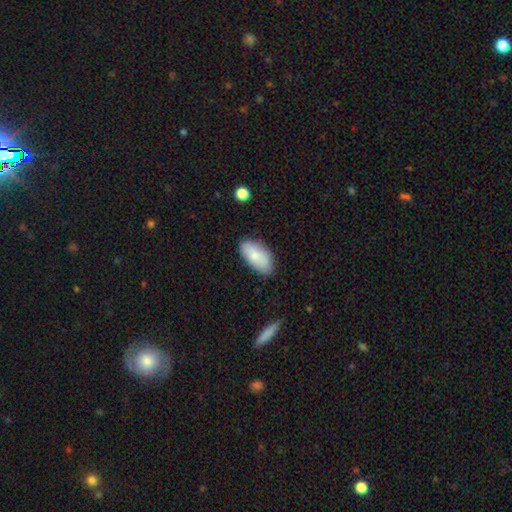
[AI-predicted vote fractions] Smooth or featured: smooth — 79% (featured or disk — 15%)
How rounded: in between — 94% (cigar-shaped — 3%)
Merging: none — 79% (minor disturbance — 16%)